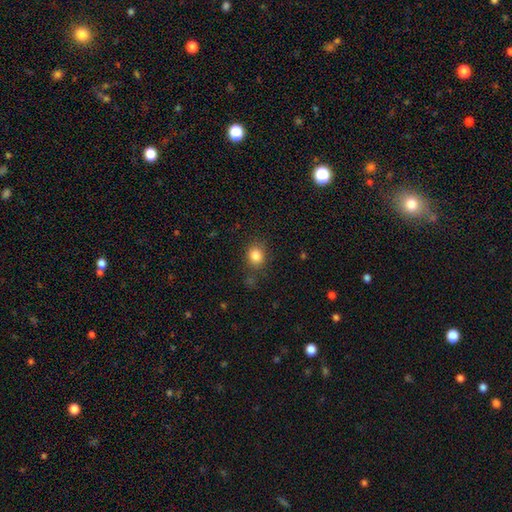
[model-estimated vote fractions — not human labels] Smooth or featured? smooth (84%)
How rounded? round (69%)
Merging? none (78%)